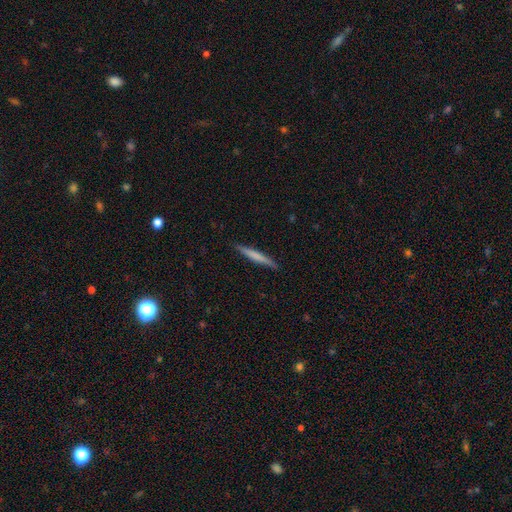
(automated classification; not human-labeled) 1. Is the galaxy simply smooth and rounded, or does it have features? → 62% smooth, 33% featured or disk, 5% star or artifact.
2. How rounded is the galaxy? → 96% cigar-shaped, 3% in between, 1% round.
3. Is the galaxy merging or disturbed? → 90% none, 8% minor disturbance, 1% major disturbance, 1% merger.